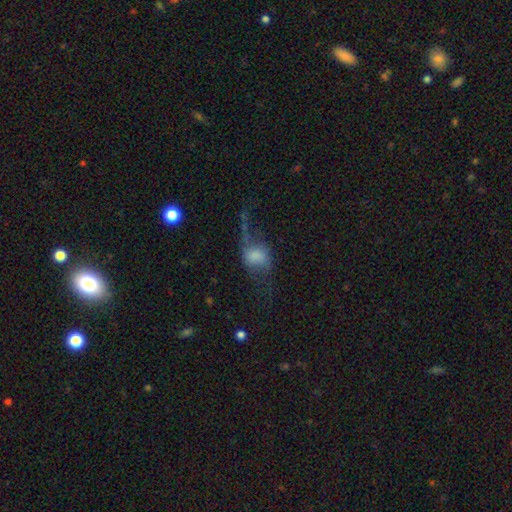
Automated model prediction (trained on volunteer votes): Overall: featured or disk (46%; smooth 44%). Merging: major disturbance (45%; none 32%).